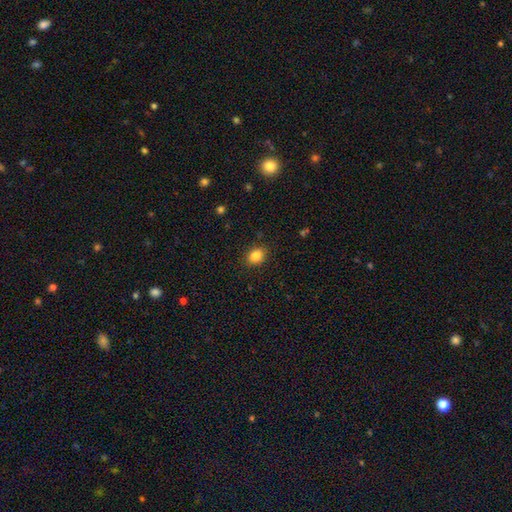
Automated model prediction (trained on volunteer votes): Smooth or featured: smooth — 84% (star or artifact — 10%)
How rounded: in between — 58% (round — 41%)
Merging: none — 87% (minor disturbance — 10%)